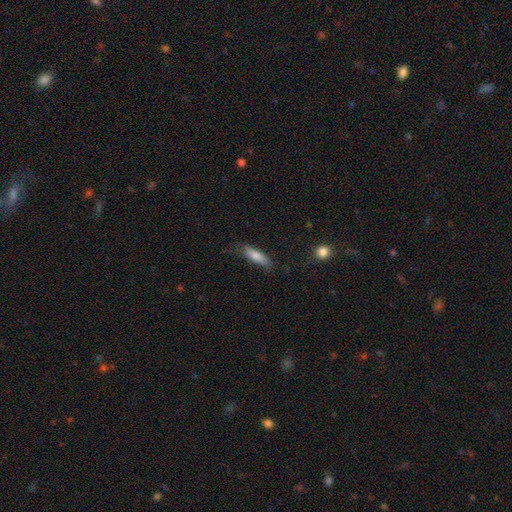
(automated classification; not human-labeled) This is likely a smooth galaxy (76%). How rounded: possibly cigar-shaped (57%). Merging: likely none (72%).